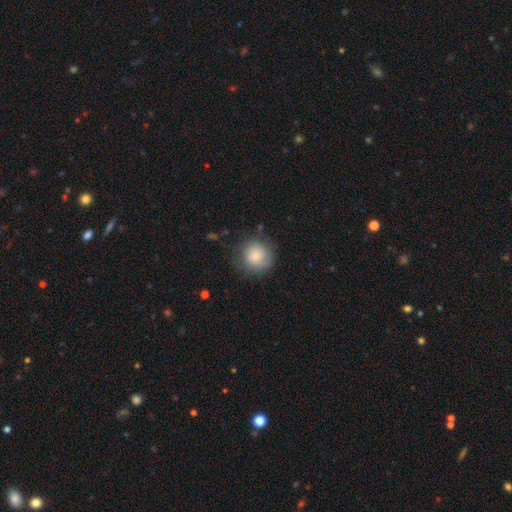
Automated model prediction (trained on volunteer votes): A smooth galaxy with no disk features (85%) that is round (93%).

Vote fractions:
- Smooth or featured? smooth: 85% / star or artifact: 8% / featured or disk: 7%
- How rounded? round: 93% / in between: 7% / cigar-shaped: 1%
- Merging? none: 79% / minor disturbance: 14% / major disturbance: 5% / merger: 2%